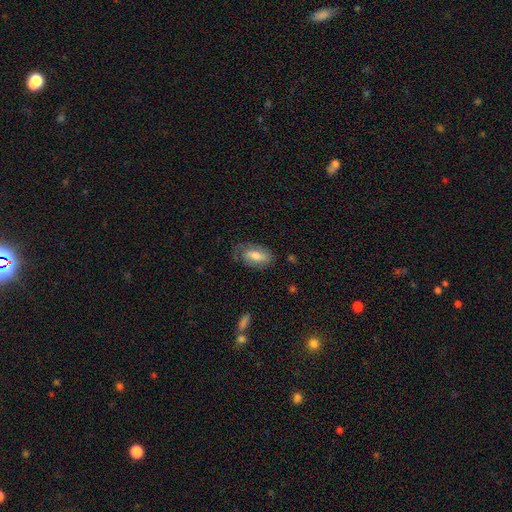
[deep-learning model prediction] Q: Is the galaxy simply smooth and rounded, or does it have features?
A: smooth — 62%.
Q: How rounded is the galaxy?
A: in between — 87%.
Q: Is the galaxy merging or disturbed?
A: none — 63%.